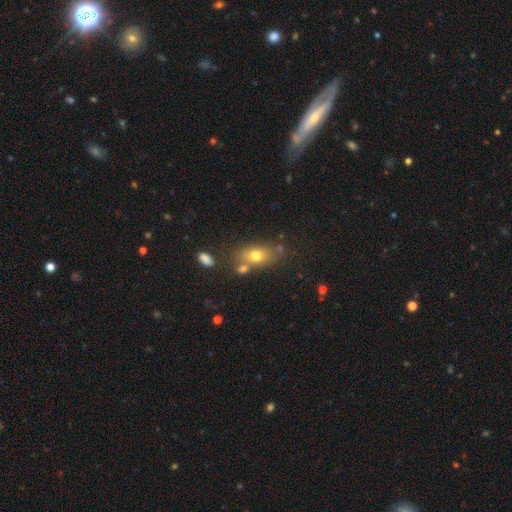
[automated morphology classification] The model was most divided on "merging": none: 61%, merger: 18%, minor disturbance: 16%, major disturbance: 6%. More confident: how rounded — in between (79%); smooth or featured — smooth (71%).